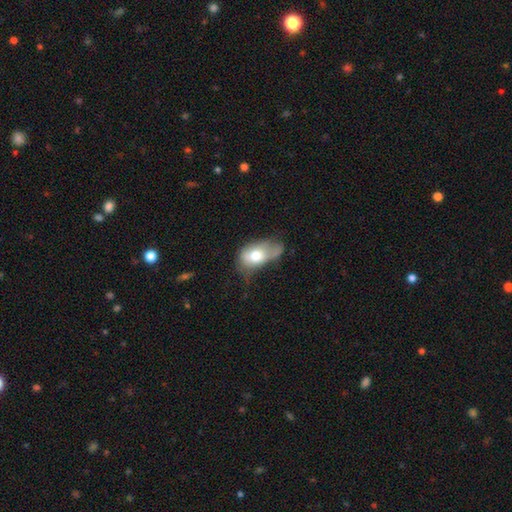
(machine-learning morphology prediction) type=smooth (66%); roundness=in between (87%); merging=minor disturbance (37%).